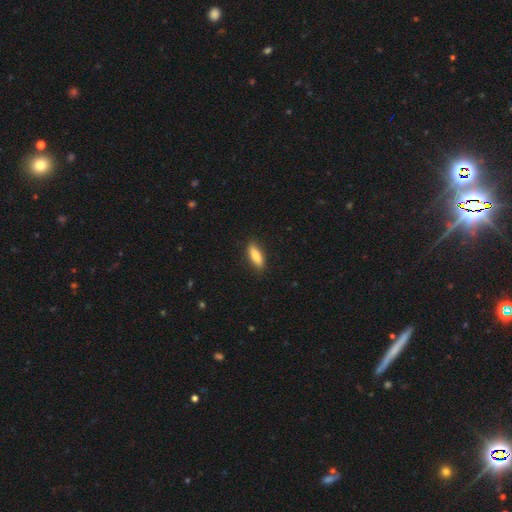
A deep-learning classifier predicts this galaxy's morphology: smooth 80%, featured or disk 14%, star or artifact 6%. Down the decision tree: how rounded — in between (55%); merging — none (88%).